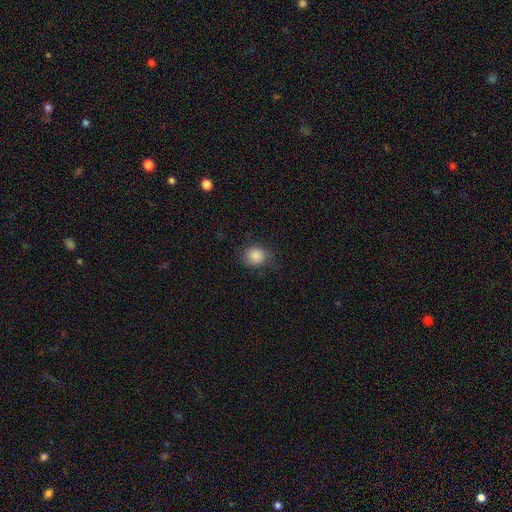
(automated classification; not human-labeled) Smooth or featured? Predicted: smooth (p=0.86). How rounded? Predicted: round (p=0.67). Merging? Predicted: none (p=0.74).